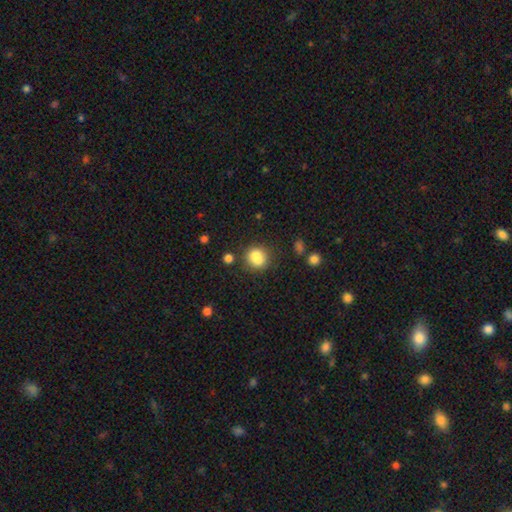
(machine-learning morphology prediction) This is clearly a smooth galaxy (80%). How rounded: likely round (68%). Merging: possibly none (58%).